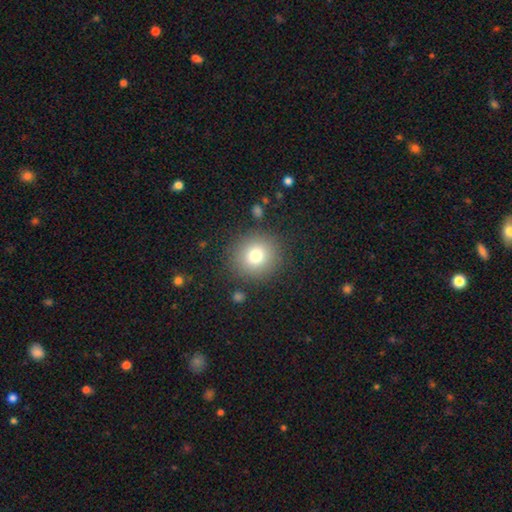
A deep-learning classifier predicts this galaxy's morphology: smooth-or-featured: smooth: 77% | star or artifact: 12% | featured or disk: 10%
  how-rounded: round: 91% | in between: 8% | cigar-shaped: 1%
  merging: none: 86% | minor disturbance: 8% | major disturbance: 4% | merger: 2%